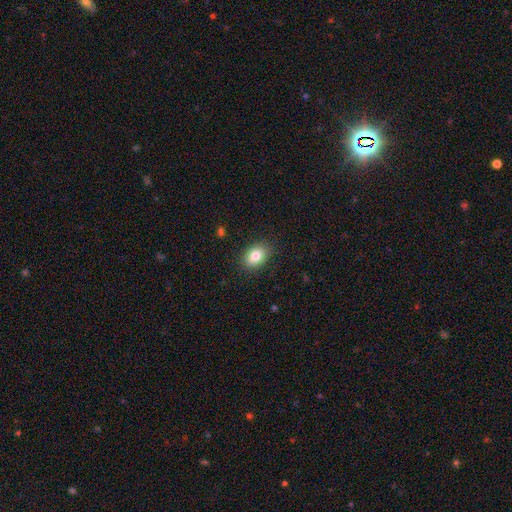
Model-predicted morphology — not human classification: smooth_or_featured: smooth (p=0.83) [alt: star or artifact p=0.09]
how_rounded: in between (p=0.72) [alt: round p=0.27]
merging: none (p=0.87) [alt: minor disturbance p=0.10]